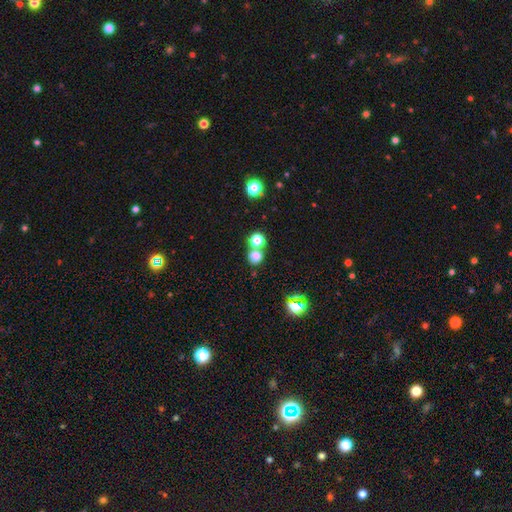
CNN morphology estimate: Smooth or featured?
  - smooth: 75% *
  - star or artifact: 18%
  - featured or disk: 7%
How rounded?
  - round: 86% *
  - in between: 13%
  - cigar-shaped: 1%
Merging?
  - none: 58% *
  - merger: 32%
  - minor disturbance: 6%
  - major disturbance: 3%